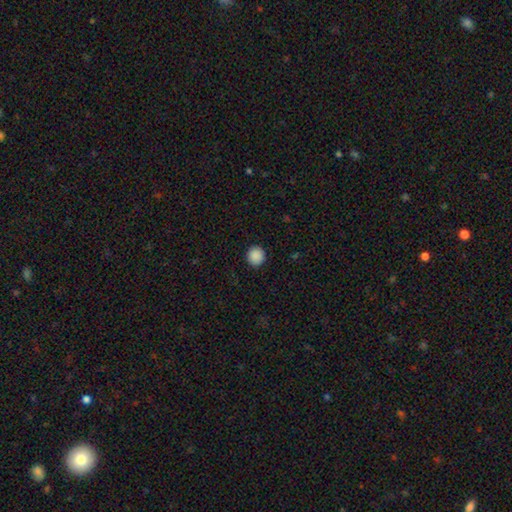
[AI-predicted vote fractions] smooth-or-featured: smooth: 89% | star or artifact: 9% | featured or disk: 2%
  how-rounded: round: 90% | in between: 10% | cigar-shaped: 1%
  merging: none: 92% | minor disturbance: 6% | major disturbance: 2% | merger: 1%